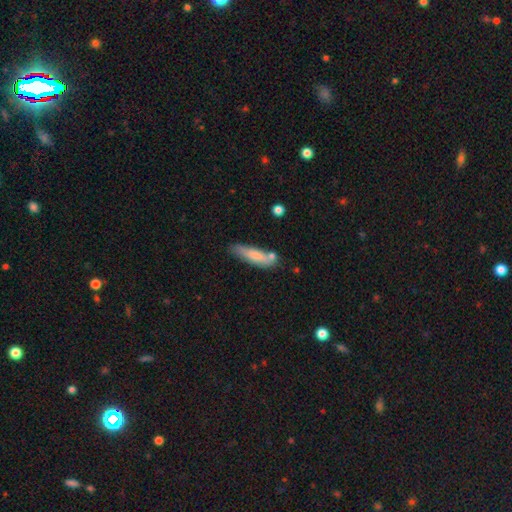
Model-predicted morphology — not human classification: This appears to be a smooth galaxy with no disk features (76%) that is cigar-shaped (67%). Merging: none (61%).